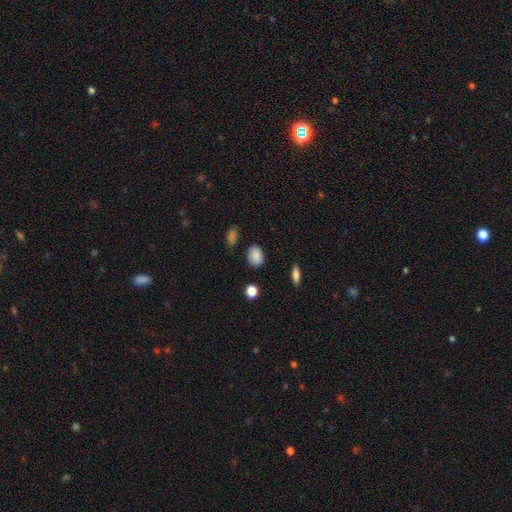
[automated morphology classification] Smooth or featured?
  - smooth: 87% *
  - star or artifact: 9%
  - featured or disk: 4%
How rounded?
  - in between: 73% *
  - round: 26%
  - cigar-shaped: 1%
Merging?
  - none: 82% *
  - minor disturbance: 12%
  - major disturbance: 3%
  - merger: 2%